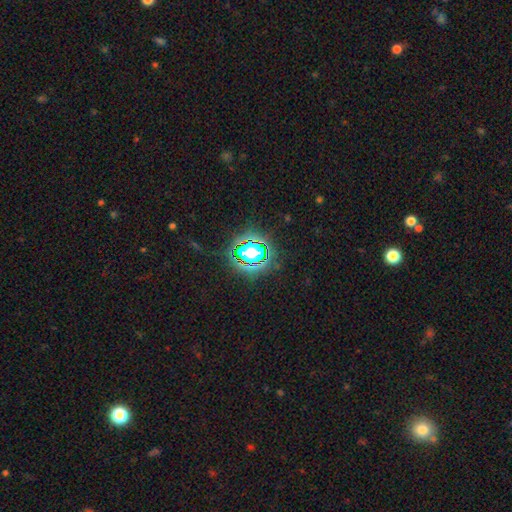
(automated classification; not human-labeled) A star or artifact, not a galaxy (67%).

Vote fractions:
- Smooth or featured? star or artifact: 67% / smooth: 21% / featured or disk: 12%